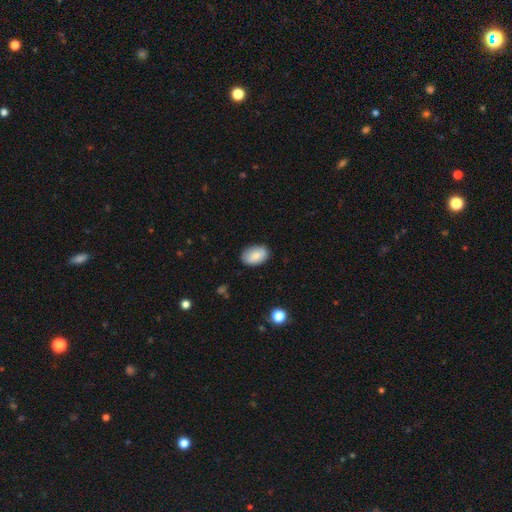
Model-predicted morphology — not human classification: A smooth galaxy with no disk features (83%) that is in between round and cigar-shaped (91%). Merging: none (84%).